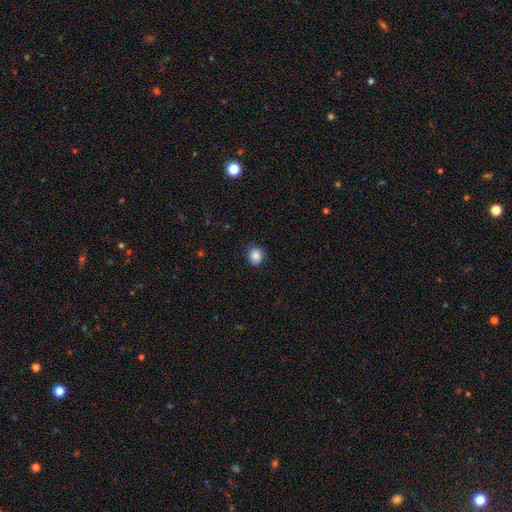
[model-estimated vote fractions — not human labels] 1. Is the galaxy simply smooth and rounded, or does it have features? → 87% smooth, 9% star or artifact, 4% featured or disk.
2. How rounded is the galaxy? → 74% round, 25% in between, 1% cigar-shaped.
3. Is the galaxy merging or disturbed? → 82% none, 14% minor disturbance, 3% major disturbance, 1% merger.